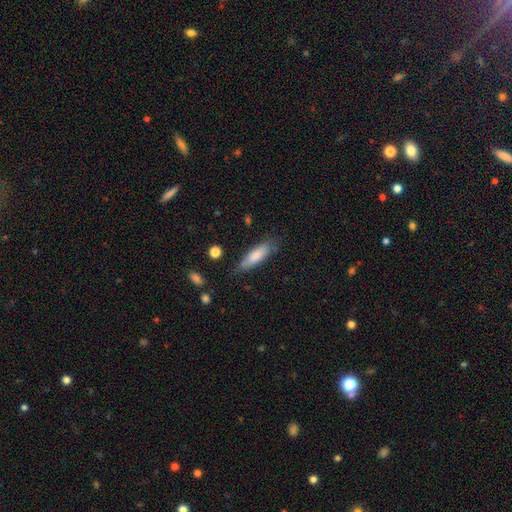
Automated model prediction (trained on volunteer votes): A smooth galaxy with no disk features (77%) that is cigar-shaped (50%).

Vote fractions:
- Smooth or featured? smooth: 77% / featured or disk: 17% / star or artifact: 6%
- How rounded? cigar-shaped: 50% / in between: 49% / round: 2%
- Merging? none: 71% / minor disturbance: 22% / major disturbance: 5% / merger: 3%